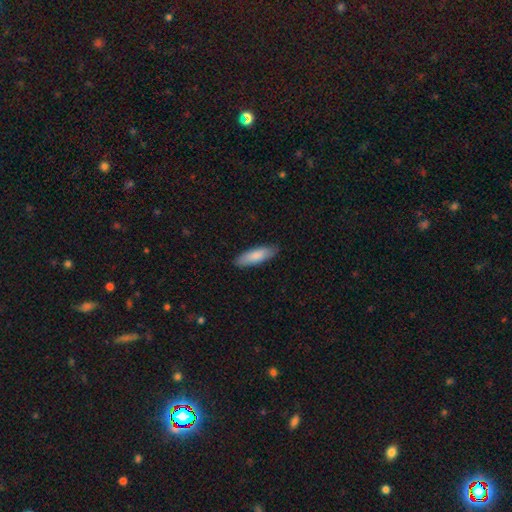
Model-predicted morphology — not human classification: Smooth or featured: smooth — 84% (featured or disk — 11%)
How rounded: in between — 52% (cigar-shaped — 46%)
Merging: none — 86% (minor disturbance — 11%)